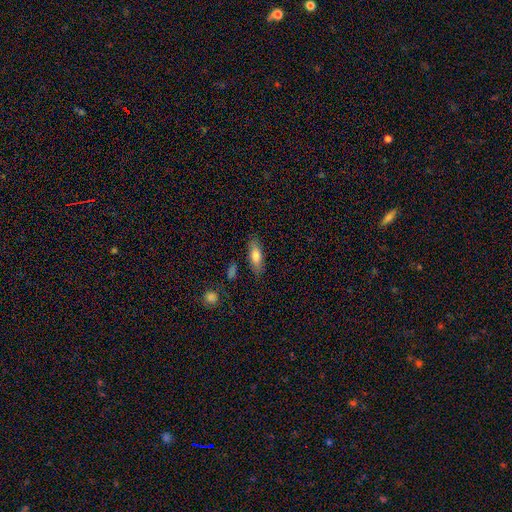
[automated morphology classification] Overall: smooth (73%). How rounded: in between (61%; cigar-shaped 36%). Merging: none (83%).